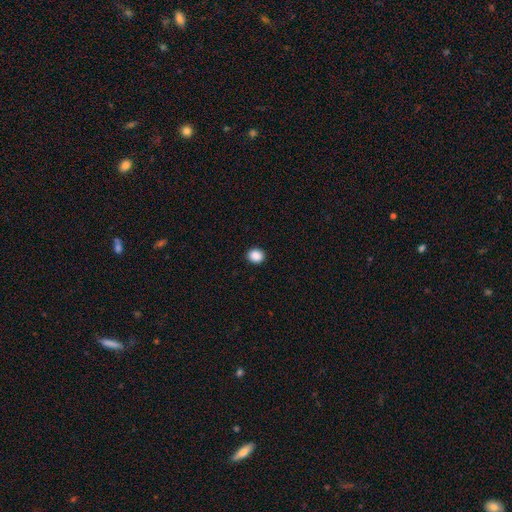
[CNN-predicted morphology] This appears to be a smooth galaxy with no disk features (89%) that is round (73%). Merging: none (92%).